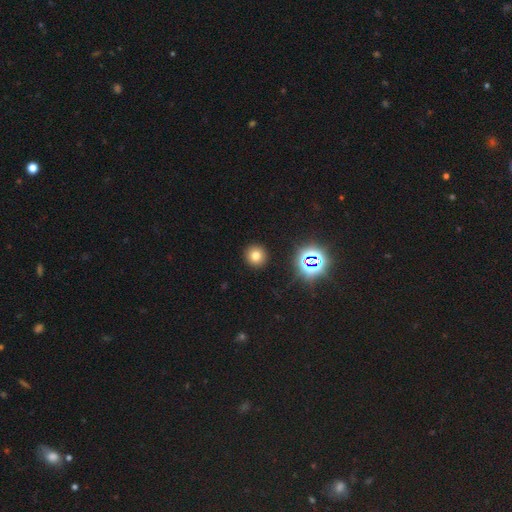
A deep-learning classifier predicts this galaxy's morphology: The model was most divided on "smooth or featured": smooth: 71%, star or artifact: 21%, featured or disk: 8%. More confident: how rounded — round (94%); merging — none (92%).